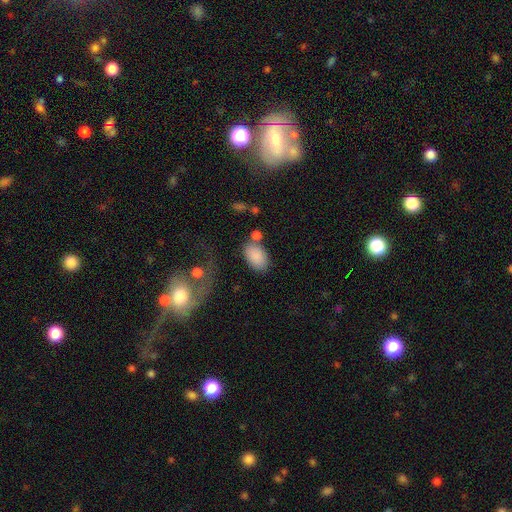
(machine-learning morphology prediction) Q: Smooth or featured?
A: smooth (86%); runner-up: star or artifact (7%)
Q: How rounded?
A: in between (91%); runner-up: round (8%)
Q: Merging?
A: none (64%); runner-up: minor disturbance (16%)